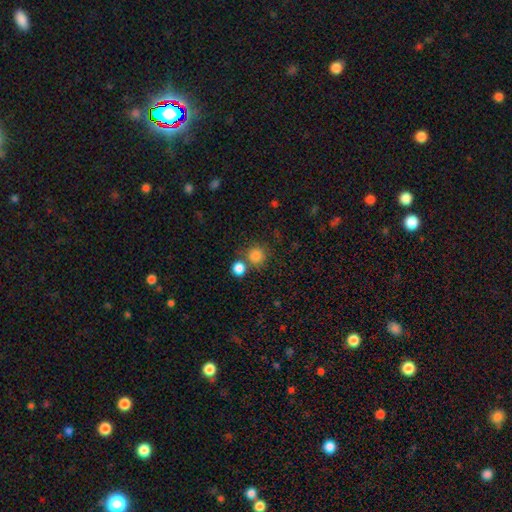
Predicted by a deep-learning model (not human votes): This is clearly a smooth galaxy (83%). How rounded: clearly round (93%). Merging: likely none (68%).